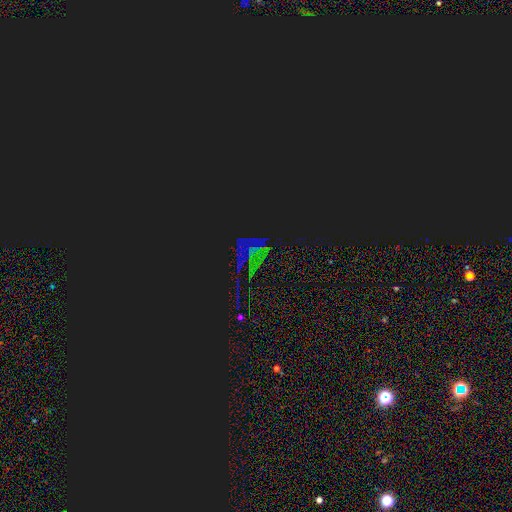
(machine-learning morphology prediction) This appears to be a star or artifact, not a galaxy (72%).